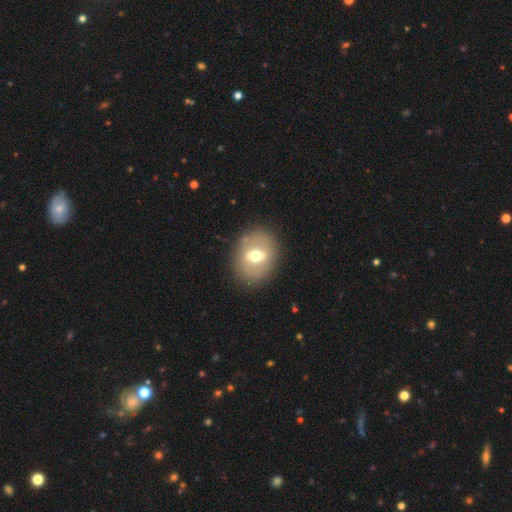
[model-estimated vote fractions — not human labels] This is possibly a smooth galaxy (49%). Merging: clearly none (85%).